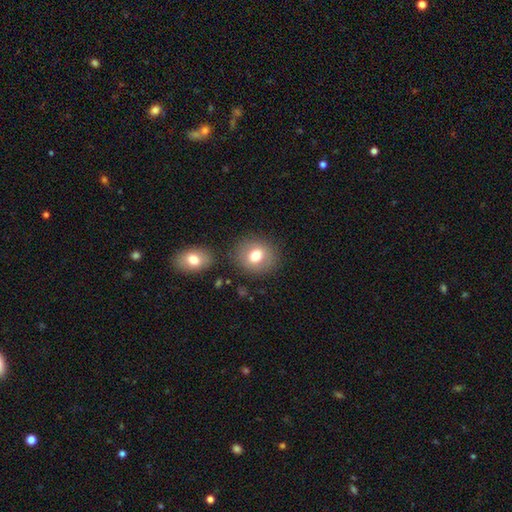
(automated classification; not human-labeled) Smooth or featured? smooth (74%)
How rounded? round (68%)
Merging? none (79%)